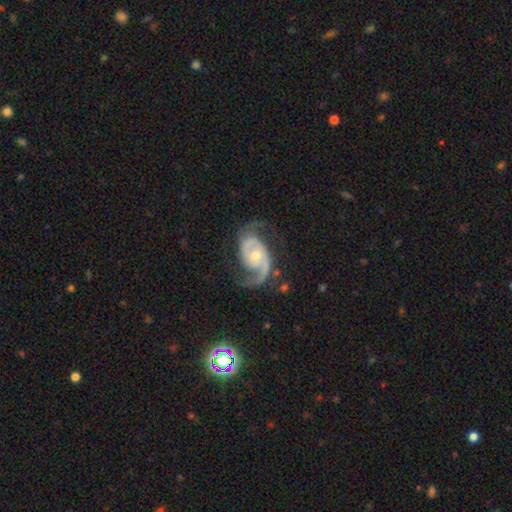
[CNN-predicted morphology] Q: Smooth or featured?
A: featured or disk (90%); runner-up: smooth (5%)
Q: Edge-on disk?
A: no (97%); runner-up: yes (3%)
Q: Bar?
A: no (60%); runner-up: weak (31%)
Q: Spiral arms?
A: yes (97%); runner-up: no (3%)
Q: Spiral winding?
A: medium (51%); runner-up: loose (28%)
Q: Spiral arm count?
A: 2 (85%); runner-up: 1 (8%)
Q: Bulge size?
A: moderate (54%); runner-up: small (39%)
Q: Merging?
A: none (66%); runner-up: minor disturbance (18%)